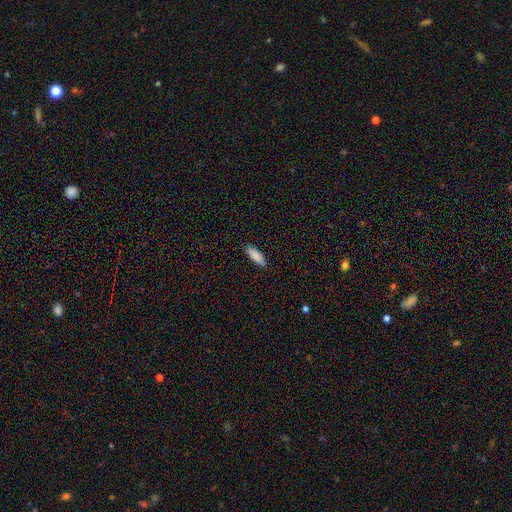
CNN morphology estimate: Smooth or featured? smooth (87%)
How rounded? in between (49%, tied with cigar-shaped)
Merging? none (88%)